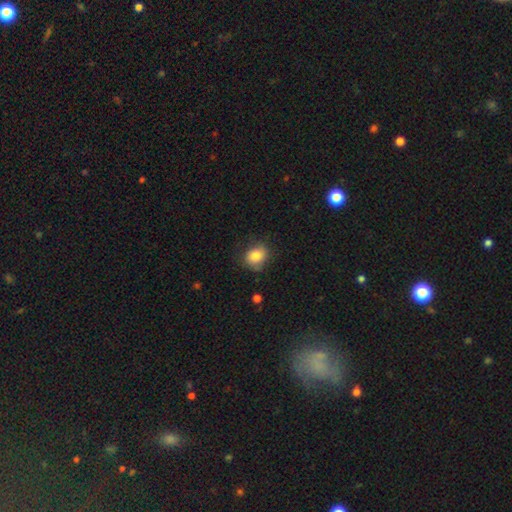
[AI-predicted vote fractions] Overall: smooth (83%). How rounded: round (57%; in between 42%). Merging: none (71%).